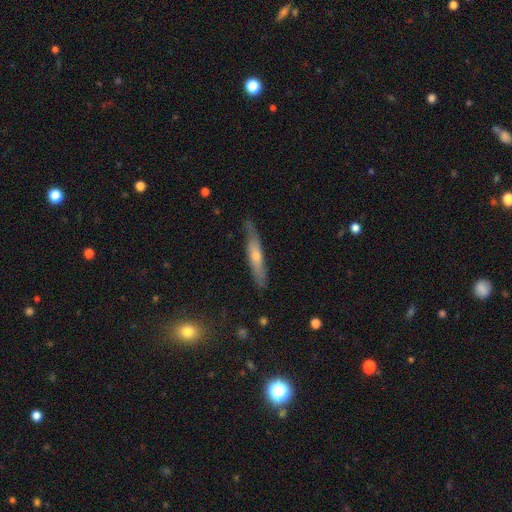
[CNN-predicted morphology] Overall: featured or disk (56%; smooth 37%). Edge-on disk: yes (83%). Merging: none (77%).